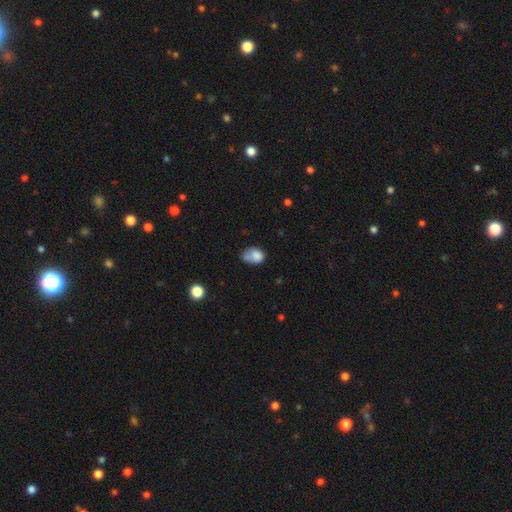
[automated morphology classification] A smooth galaxy with no disk features (73%) that is in between round and cigar-shaped (78%). Merging: none (33%).